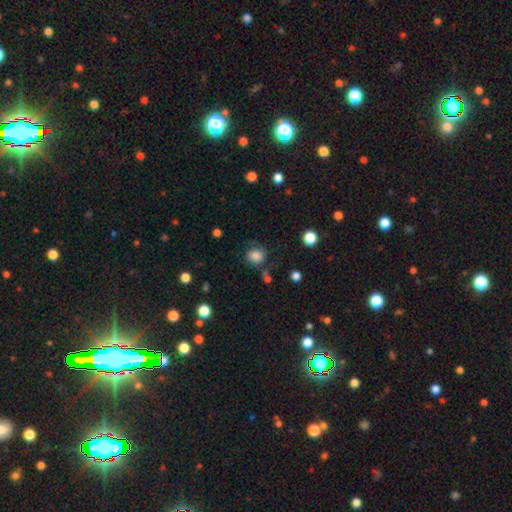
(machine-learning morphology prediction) smooth-or-featured: smooth: 79% | star or artifact: 11% | featured or disk: 10%
  how-rounded: round: 79% | in between: 20% | cigar-shaped: 1%
  merging: none: 67% | minor disturbance: 19% | major disturbance: 9% | merger: 4%